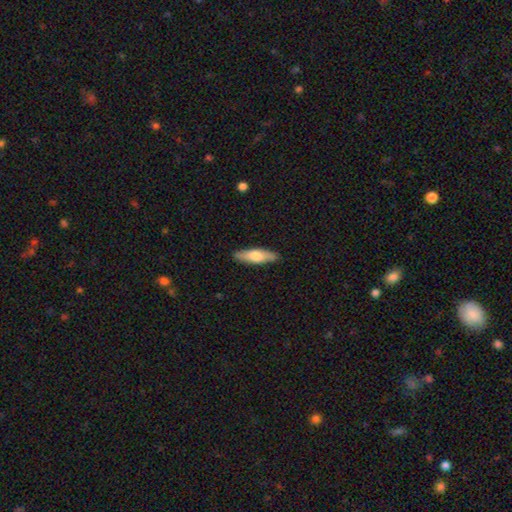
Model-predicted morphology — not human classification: A smooth galaxy with no disk features (67%) that is cigar-shaped (58%). Merging: none (88%).